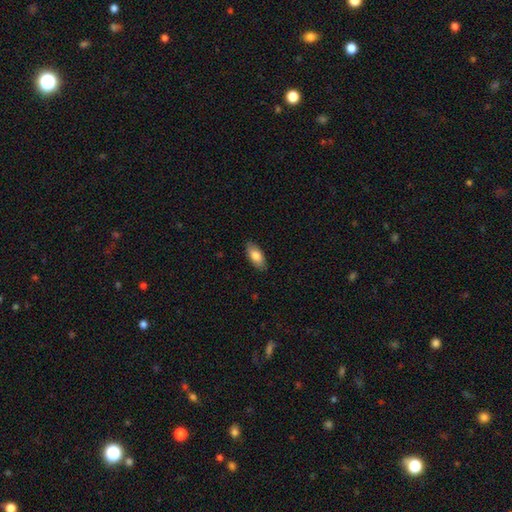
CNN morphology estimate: Smooth or featured?
  - smooth: 82% *
  - featured or disk: 12%
  - star or artifact: 6%
How rounded?
  - in between: 89% *
  - cigar-shaped: 9%
  - round: 2%
Merging?
  - none: 87% *
  - minor disturbance: 10%
  - major disturbance: 2%
  - merger: 1%